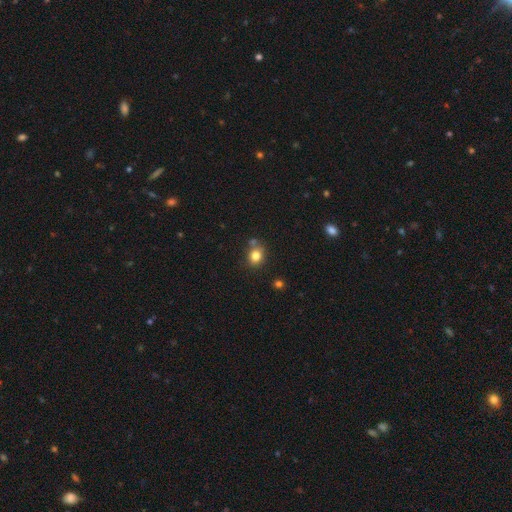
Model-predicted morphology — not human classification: This appears to be a smooth galaxy with no disk features (80%) that is round (64%). Merging: none (68%).